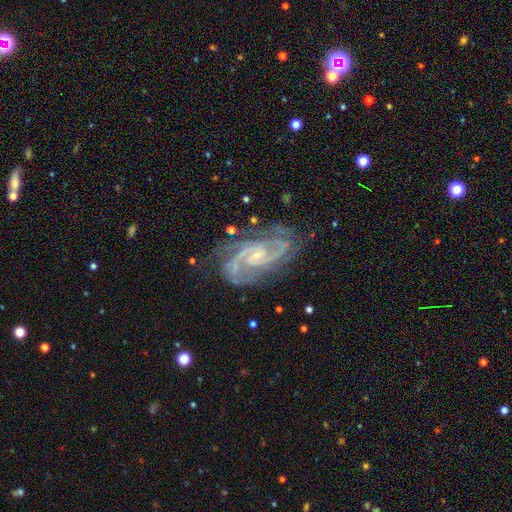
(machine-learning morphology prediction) type=featured or disk (90%); edge-on=no (97%); bar=no (61%); spiral arms=yes (98%); winding=tight (51%); arm count=2 (54%); bulge=small (79%); merging=none (72%).